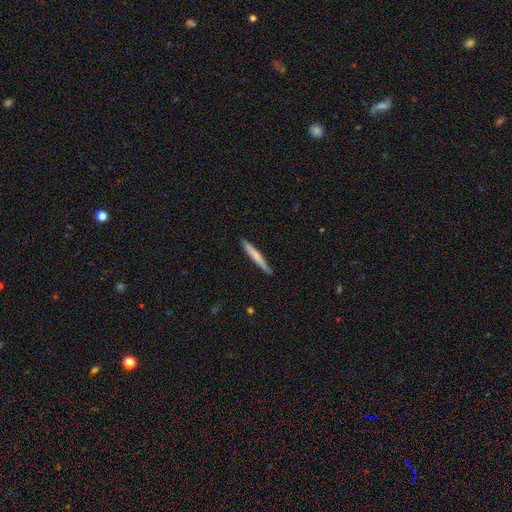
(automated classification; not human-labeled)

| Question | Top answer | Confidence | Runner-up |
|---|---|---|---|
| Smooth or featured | smooth | 66% | featured or disk (29%) |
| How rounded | cigar-shaped | 96% | in between (2%) |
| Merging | none | 91% | minor disturbance (6%) |